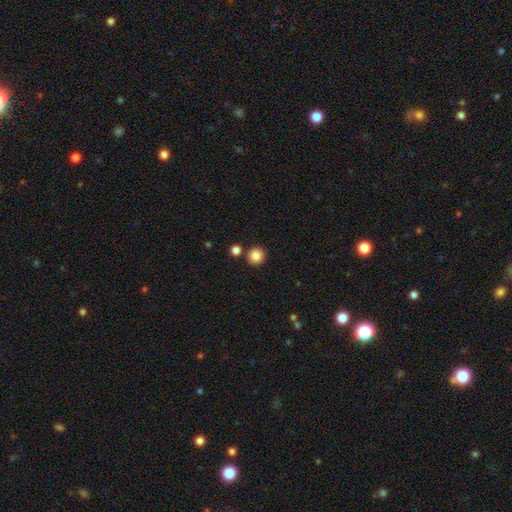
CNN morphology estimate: The model was most divided on "smooth or featured": smooth: 85%, star or artifact: 10%, featured or disk: 5%. More confident: how rounded — round (92%); merging — none (84%).